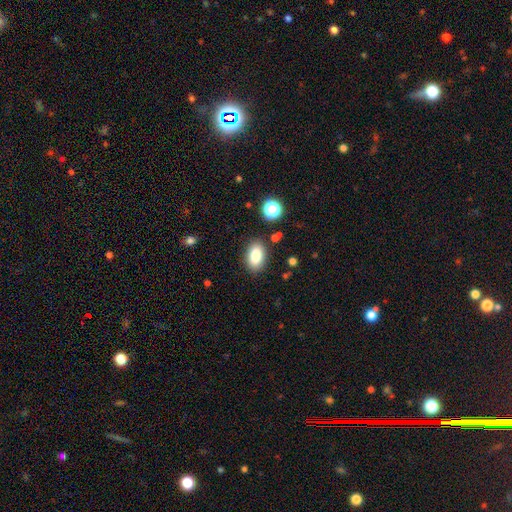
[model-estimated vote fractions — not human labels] This is clearly a smooth galaxy (84%). How rounded: clearly in between (90%). Merging: clearly none (85%).